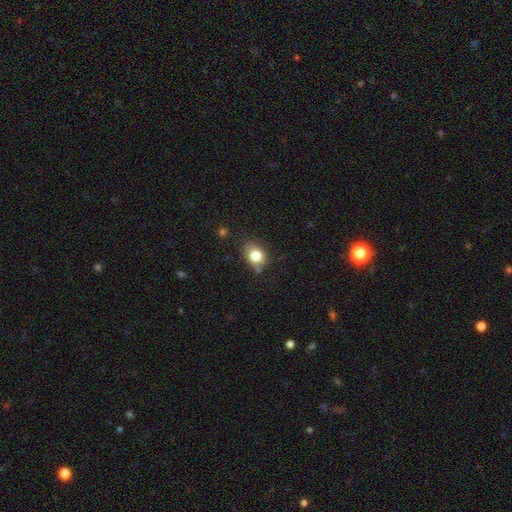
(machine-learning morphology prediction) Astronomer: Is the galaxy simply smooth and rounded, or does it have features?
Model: smooth — 80%.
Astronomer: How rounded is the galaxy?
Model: in between — 59% (runner-up: round, 40%).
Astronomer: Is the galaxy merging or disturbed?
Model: none — 66%.